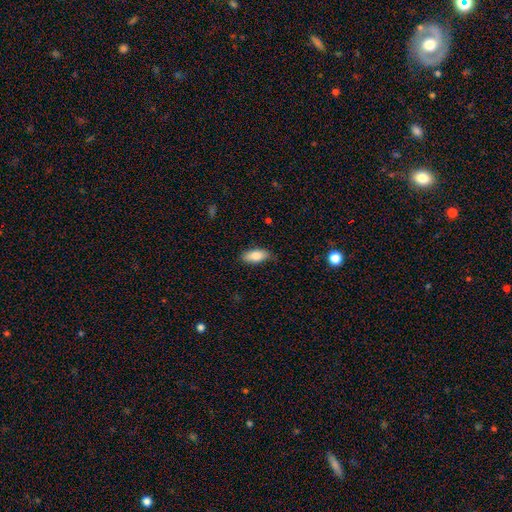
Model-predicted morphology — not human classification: type=smooth (83%); roundness=in between (86%); merging=none (80%).